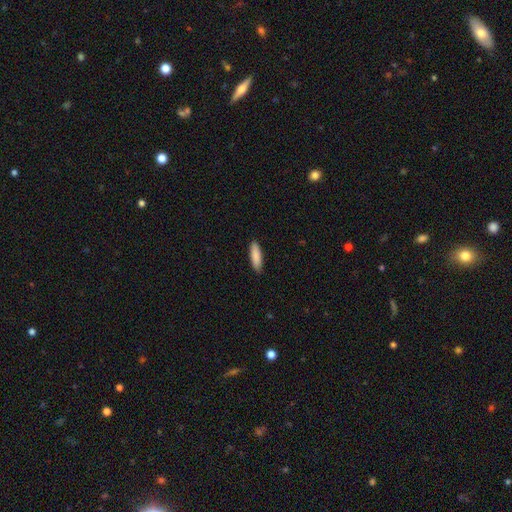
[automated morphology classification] Smooth or featured? smooth (88%)
How rounded? cigar-shaped (57%)
Merging? none (89%)